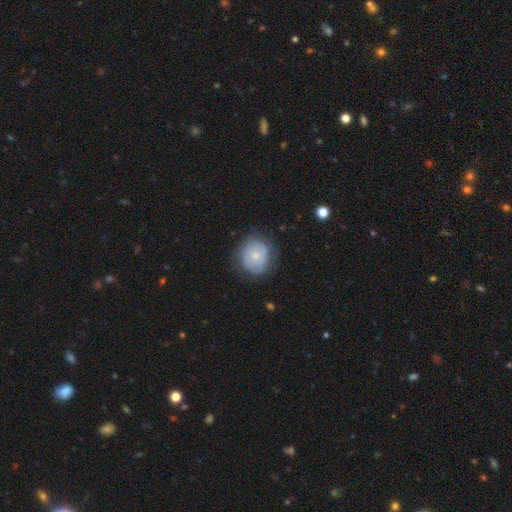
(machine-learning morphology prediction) A smooth galaxy with no disk features (62%) that is round (82%).

Vote fractions:
- Smooth or featured? smooth: 62% / featured or disk: 31% / star or artifact: 7%
- How rounded? round: 82% / in between: 17% / cigar-shaped: 1%
- Merging? none: 70% / minor disturbance: 21% / major disturbance: 7% / merger: 1%